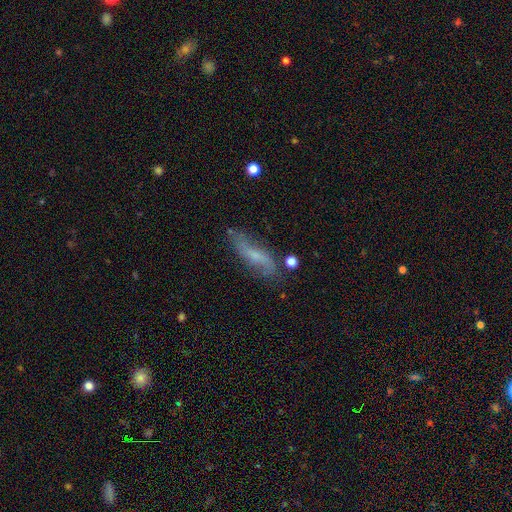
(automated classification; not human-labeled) This appears to be a featured or disk galaxy (57%). Merging: none (68%).